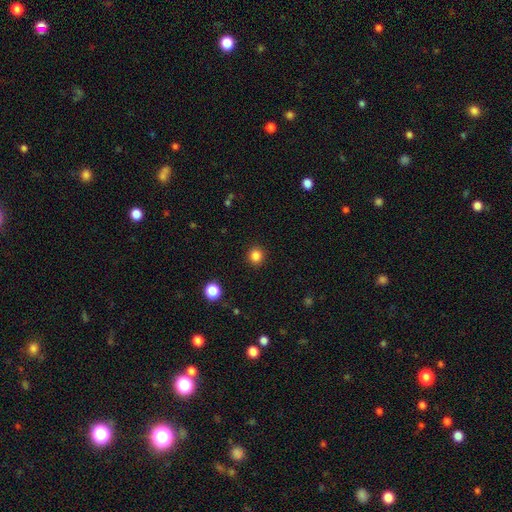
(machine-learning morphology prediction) Overall: smooth (84%). How rounded: round (90%). Merging: none (92%).